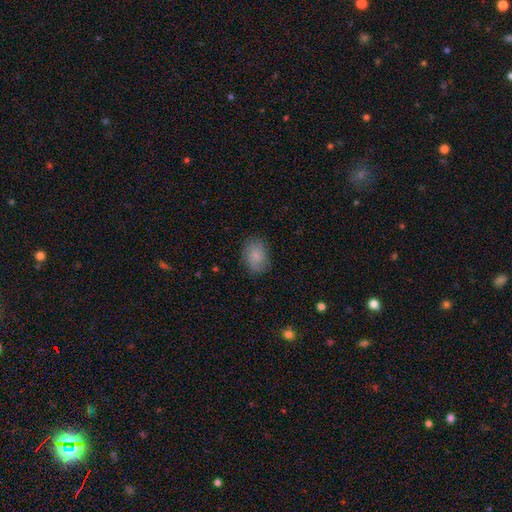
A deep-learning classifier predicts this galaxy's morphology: A smooth galaxy with no disk features (81%) that is in between round and cigar-shaped (70%). Merging: none (79%).